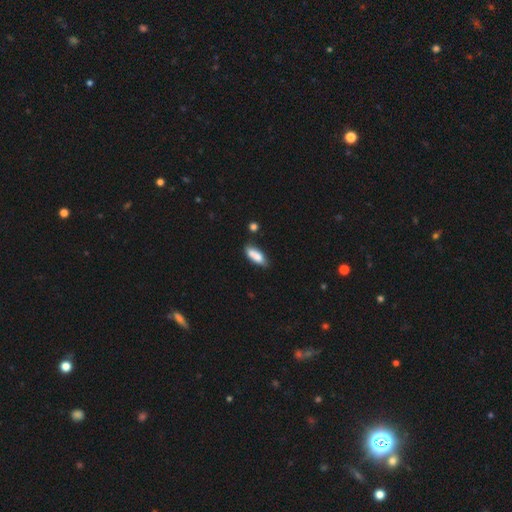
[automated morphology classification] A smooth galaxy with no disk features (80%) that is in between round and cigar-shaped (66%). Merging: none (58%).